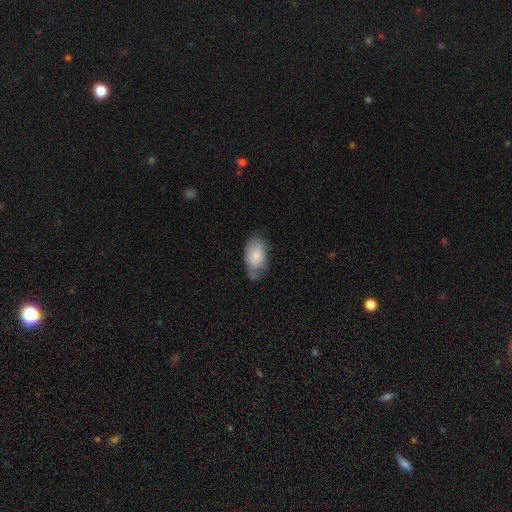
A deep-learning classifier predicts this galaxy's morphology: Overall: smooth (81%). How rounded: in between (93%). Merging: none (56%; minor disturbance 33%).